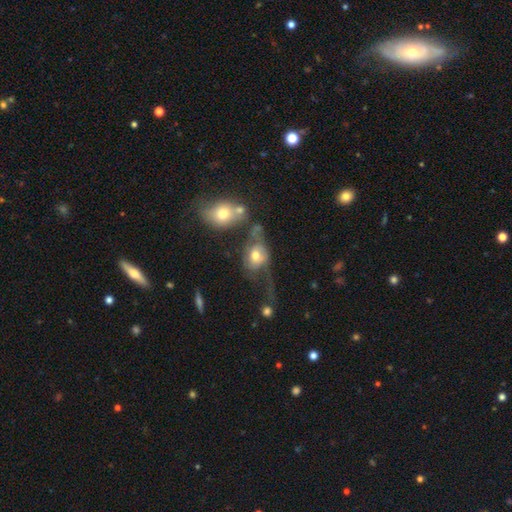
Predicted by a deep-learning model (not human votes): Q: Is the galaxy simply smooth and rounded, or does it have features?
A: smooth — 54%.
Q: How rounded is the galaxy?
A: in between — 62%.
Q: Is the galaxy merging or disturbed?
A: major disturbance — 42%.